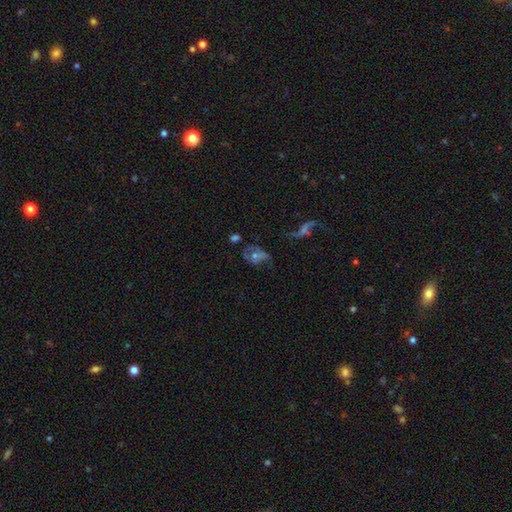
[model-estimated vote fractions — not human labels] This is possibly a featured or disk galaxy (54%). It is clearly not viewed edge-on (95%). Bar: likely no (71%). Spiral arm pattern: likely yes (64%). Central bulge: possibly small (47%). Merging: marginally none (41%).